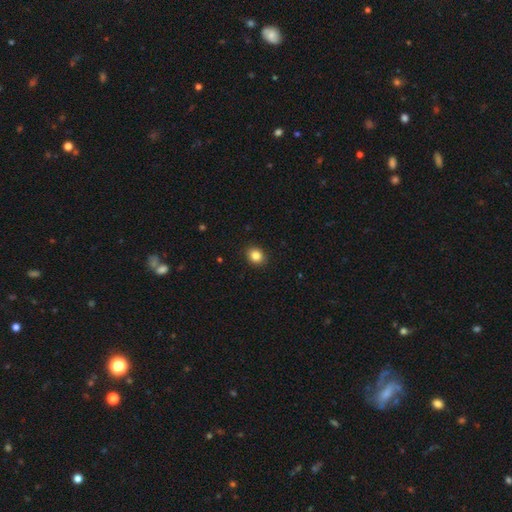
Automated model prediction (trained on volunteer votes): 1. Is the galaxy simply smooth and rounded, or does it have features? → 85% smooth, 10% star or artifact, 5% featured or disk.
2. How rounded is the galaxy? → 61% round, 38% in between, 1% cigar-shaped.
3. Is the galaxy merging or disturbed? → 91% none, 6% minor disturbance, 2% major disturbance, 1% merger.